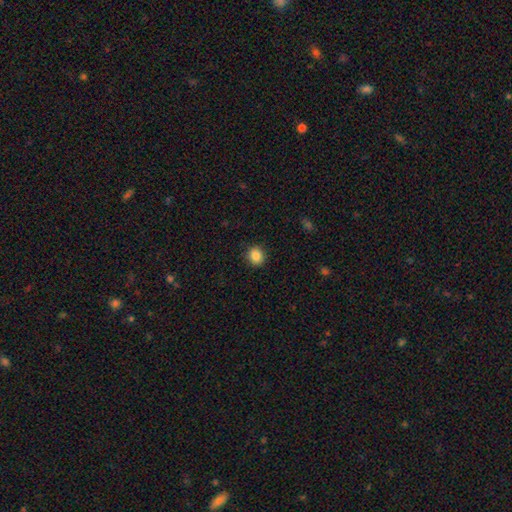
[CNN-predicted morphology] Smooth or featured? smooth (86%)
How rounded? round (81%)
Merging? none (89%)